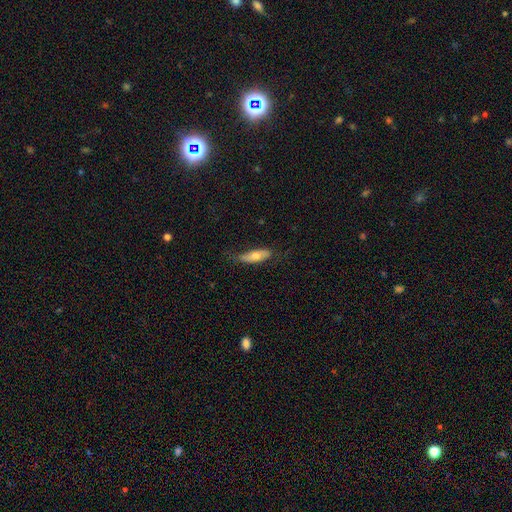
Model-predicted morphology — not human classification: Overall: smooth (62%; featured or disk 32%). How rounded: in between (54%; cigar-shaped 44%). Merging: none (63%; minor disturbance 27%).